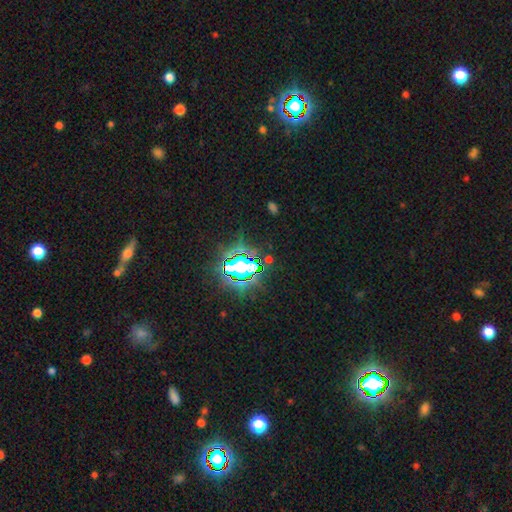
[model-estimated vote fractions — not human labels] This is likely a star or artifact rather than a galaxy (79%).